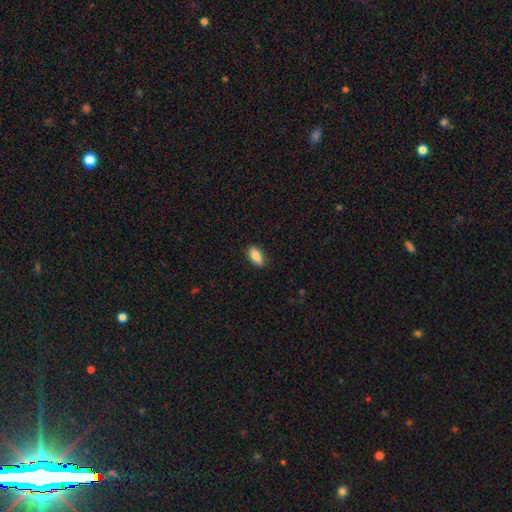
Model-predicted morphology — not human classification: This is clearly a smooth galaxy (86%). How rounded: clearly in between (87%). Merging: clearly none (85%).